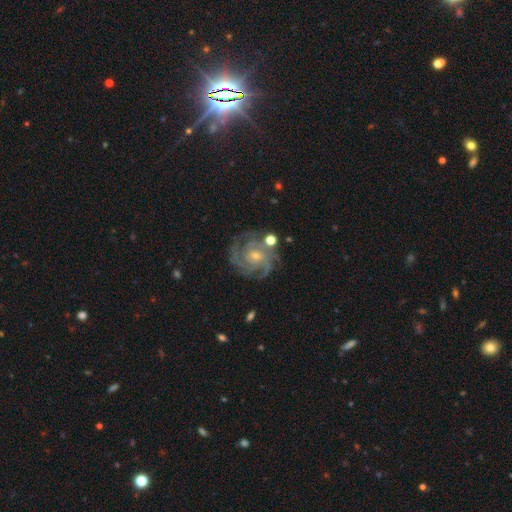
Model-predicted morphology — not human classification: featured or disk 87%, star or artifact 7%, smooth 6%. Down the decision tree: edge-on disk — no (98%); bar — no (70%); spiral arms — yes (98%); spiral arm count — 3 (40%); spiral winding — tight (67%); bulge size — small (63%); merging — none (77%).